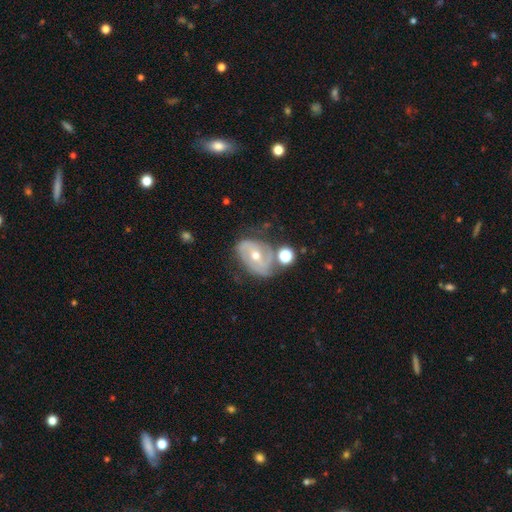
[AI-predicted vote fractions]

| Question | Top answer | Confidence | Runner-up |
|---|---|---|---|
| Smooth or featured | featured or disk | 76% | smooth (16%) |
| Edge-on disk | no | 96% | yes (4%) |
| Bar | no | 50% | weak (35%) |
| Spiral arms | yes | 86% | no (14%) |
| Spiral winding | tight | 43% | medium (40%) |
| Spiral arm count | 2 | 55% | can't tell (22%) |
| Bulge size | moderate | 59% | small (37%) |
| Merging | none | 51% | minor disturbance (24%) |